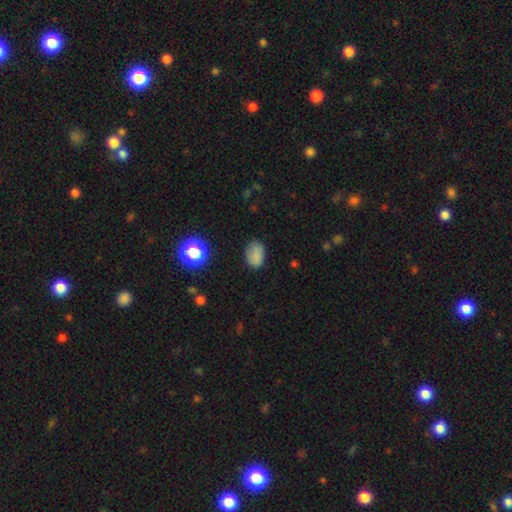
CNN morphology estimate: smooth 78%, star or artifact 14%, featured or disk 8%. Down the decision tree: how rounded — in between (77%); merging — none (64%).